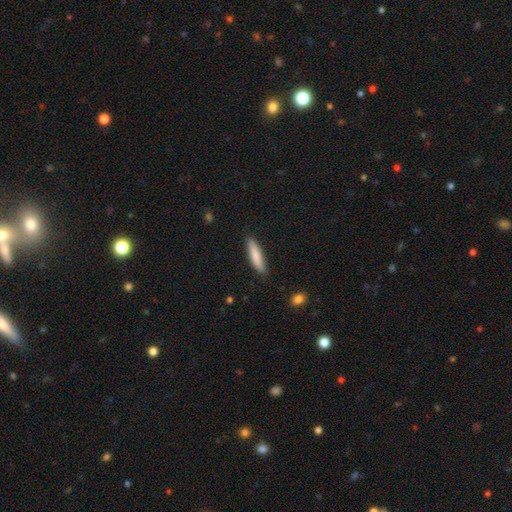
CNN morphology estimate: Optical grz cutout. It shows a smooth galaxy with no disk features (79%) that is cigar-shaped (85%). Merging: none (86%).